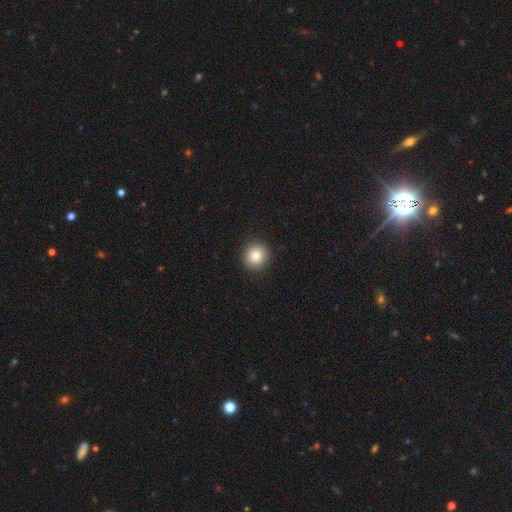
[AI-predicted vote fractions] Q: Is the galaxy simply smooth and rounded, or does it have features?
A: smooth — 84%.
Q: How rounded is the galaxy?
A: round — 92%.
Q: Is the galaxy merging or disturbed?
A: none — 92%.